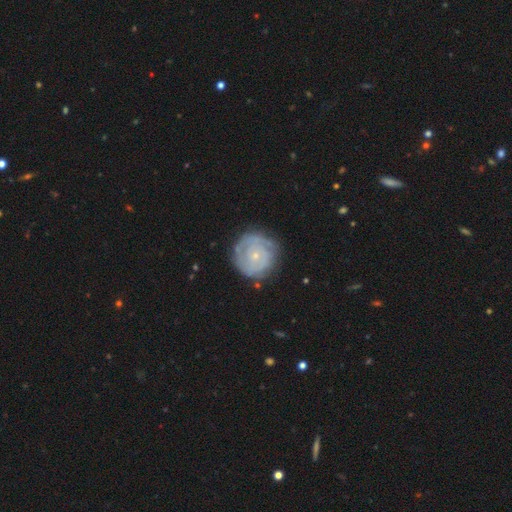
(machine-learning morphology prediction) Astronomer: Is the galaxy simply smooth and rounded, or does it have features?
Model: featured or disk — 69%.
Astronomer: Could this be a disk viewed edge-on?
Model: no — 98%.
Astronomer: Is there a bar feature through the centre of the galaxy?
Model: no — 83%.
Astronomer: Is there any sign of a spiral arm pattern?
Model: yes — 79%.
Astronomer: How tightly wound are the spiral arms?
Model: tight — 77%.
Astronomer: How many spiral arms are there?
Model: can't tell — 46% (runner-up: 2, 25%).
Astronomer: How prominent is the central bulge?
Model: small — 80%.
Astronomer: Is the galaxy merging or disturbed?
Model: none — 75%.